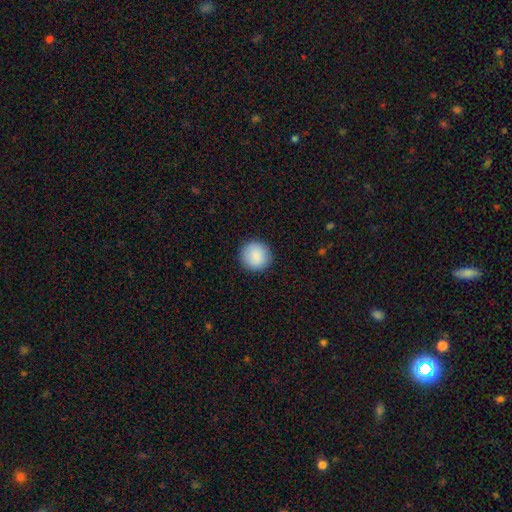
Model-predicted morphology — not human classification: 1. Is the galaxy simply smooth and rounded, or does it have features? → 88% smooth, 7% star or artifact, 5% featured or disk.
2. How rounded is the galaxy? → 94% round, 5% in between, 1% cigar-shaped.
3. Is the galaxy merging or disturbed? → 91% none, 6% minor disturbance, 2% major disturbance, 1% merger.